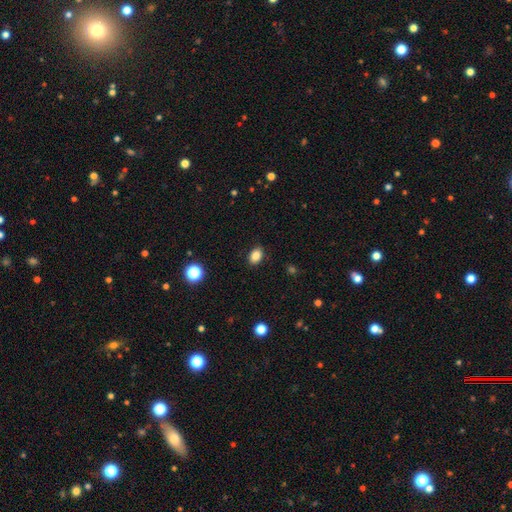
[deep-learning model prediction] Smooth or featured?
  - smooth: 85% *
  - star or artifact: 10%
  - featured or disk: 4%
How rounded?
  - in between: 76% *
  - round: 23%
  - cigar-shaped: 1%
Merging?
  - none: 88% *
  - minor disturbance: 8%
  - major disturbance: 2%
  - merger: 1%